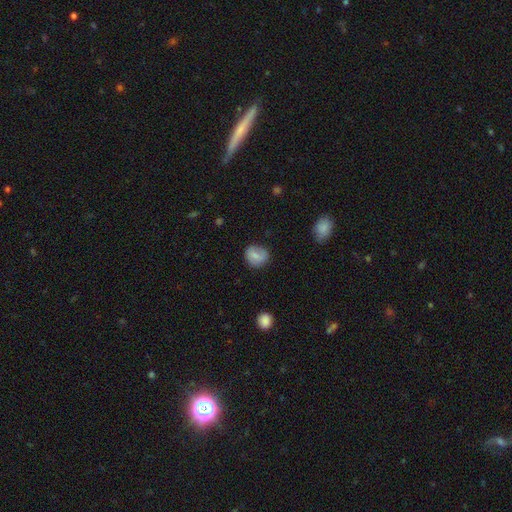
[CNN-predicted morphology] A smooth galaxy with no disk features (77%) that is round (72%). Merging: none (73%).